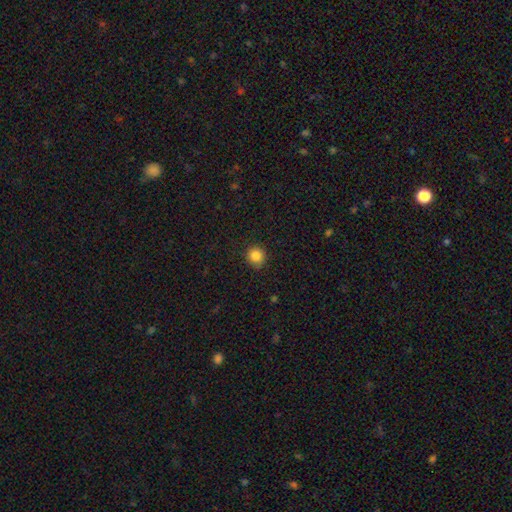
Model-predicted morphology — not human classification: Smooth or featured? smooth (85%)
How rounded? round (91%)
Merging? none (88%)